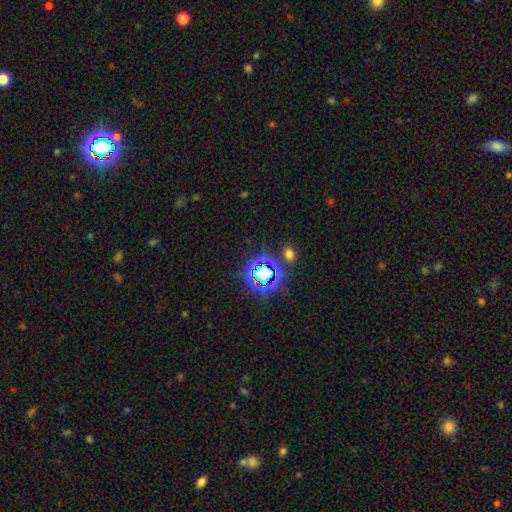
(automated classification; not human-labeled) Overall: star or artifact (76%).